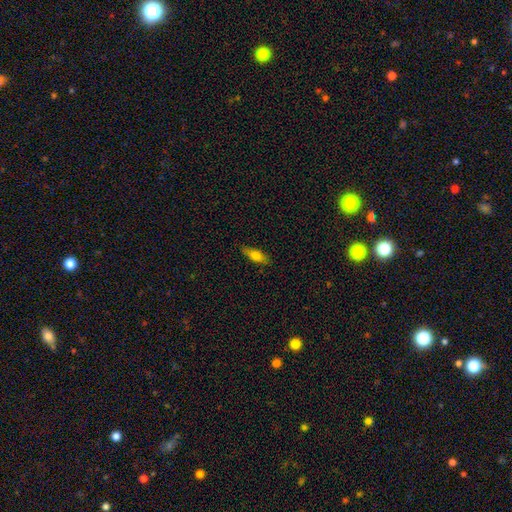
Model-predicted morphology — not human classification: This is likely a smooth galaxy (69%). How rounded: possibly in between (59%). Merging: clearly none (84%).